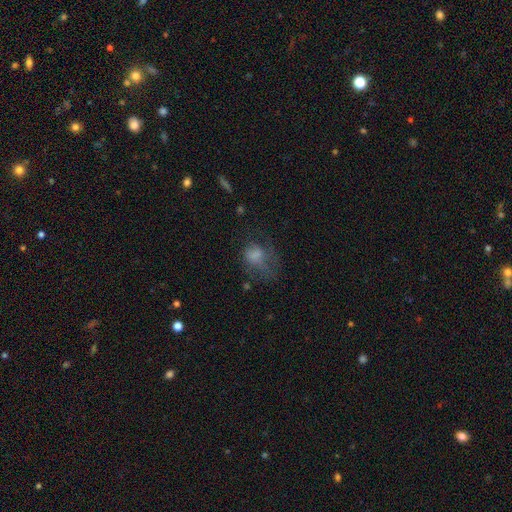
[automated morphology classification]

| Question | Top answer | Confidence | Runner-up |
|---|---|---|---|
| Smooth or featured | smooth | 61% | featured or disk (26%) |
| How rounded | in between | 61% | round (37%) |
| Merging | major disturbance | 48% | none (28%) |